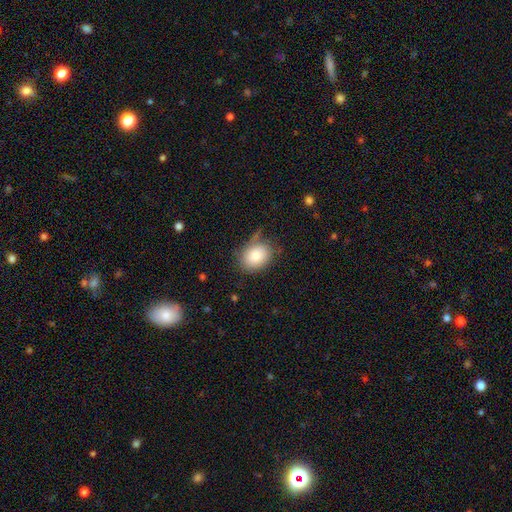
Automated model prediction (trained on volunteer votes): smooth 79%, featured or disk 12%, star or artifact 9%. Down the decision tree: how rounded — in between (54%); merging — none (60%).